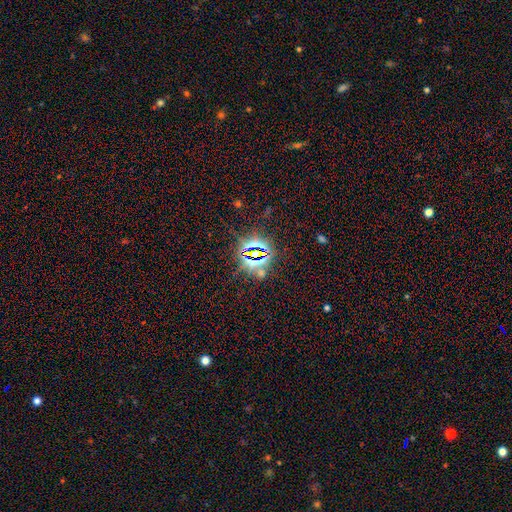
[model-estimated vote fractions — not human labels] smooth-or-featured: star or artifact: 81% | smooth: 12% | featured or disk: 8%